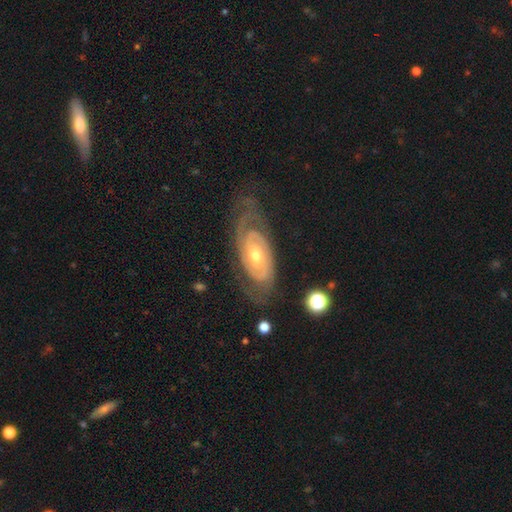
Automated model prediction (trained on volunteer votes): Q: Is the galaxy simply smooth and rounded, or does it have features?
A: featured or disk — 89%.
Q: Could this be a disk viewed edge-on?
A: no — 95%.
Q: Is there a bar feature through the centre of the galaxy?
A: no — 68%.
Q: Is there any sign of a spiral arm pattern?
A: yes — 96%.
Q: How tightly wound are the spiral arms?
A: tight — 72%.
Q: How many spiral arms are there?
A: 2 — 69%.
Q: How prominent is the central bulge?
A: moderate — 61%.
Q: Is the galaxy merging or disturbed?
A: none — 71%.